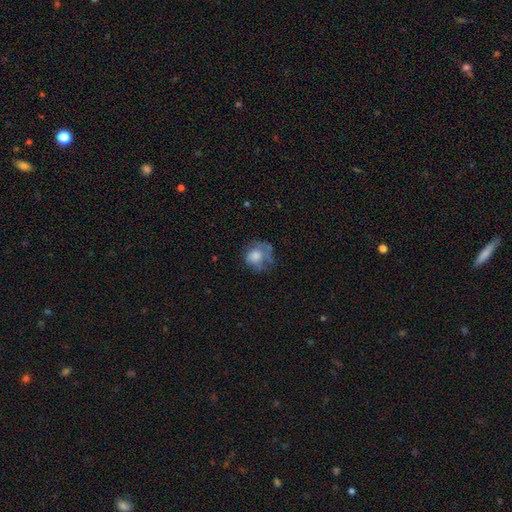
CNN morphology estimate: Overall: smooth (59%; featured or disk 30%). How rounded: round (69%; in between 30%). Merging: none (44%; major disturbance 27%).